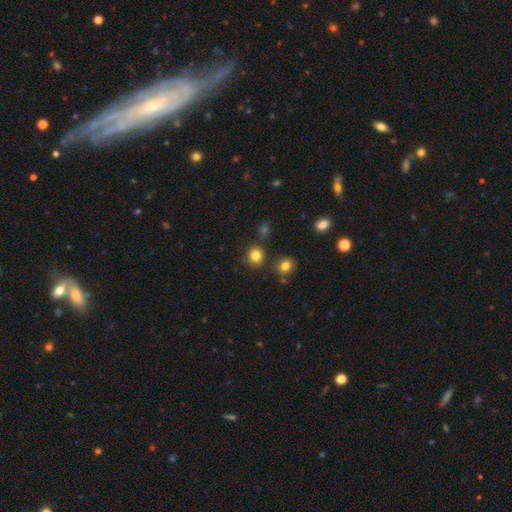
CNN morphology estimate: This appears to be a smooth galaxy with no disk features (82%) that is round (82%). Merging: none (80%).